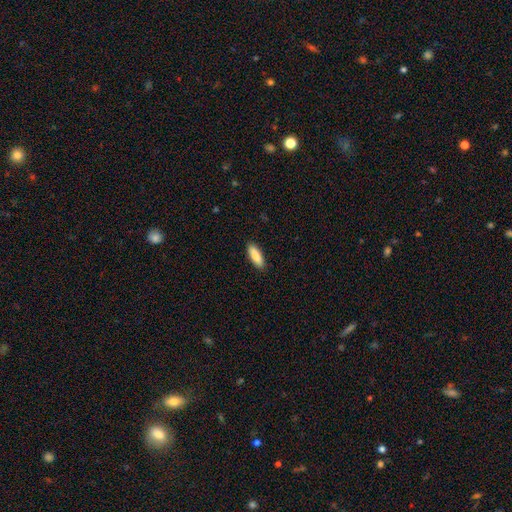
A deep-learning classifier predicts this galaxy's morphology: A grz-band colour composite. It shows a smooth galaxy with no disk features (87%) that is in between round and cigar-shaped (59%). Merging: none (90%).